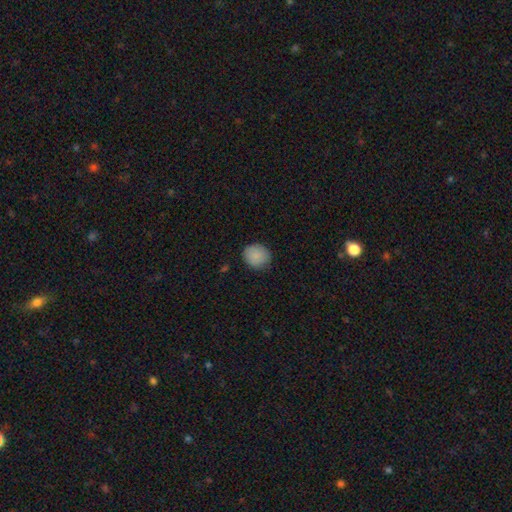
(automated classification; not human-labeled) smooth-or-featured: smooth: 88% | star or artifact: 8% | featured or disk: 4%
  how-rounded: round: 83% | in between: 16% | cigar-shaped: 1%
  merging: none: 85% | minor disturbance: 12% | major disturbance: 2% | merger: 1%